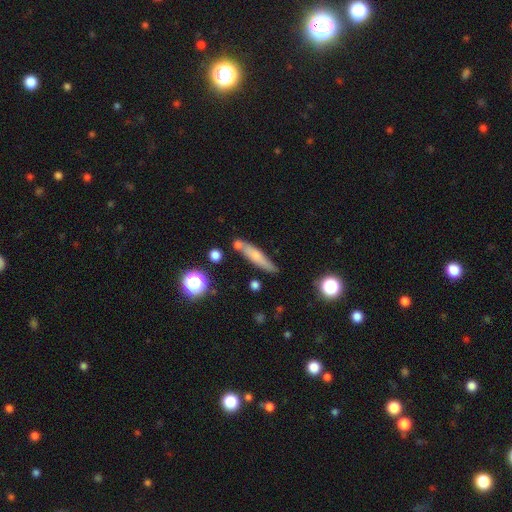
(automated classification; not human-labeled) Smooth or featured? smooth (60%)
How rounded? cigar-shaped (83%)
Merging? none (70%)